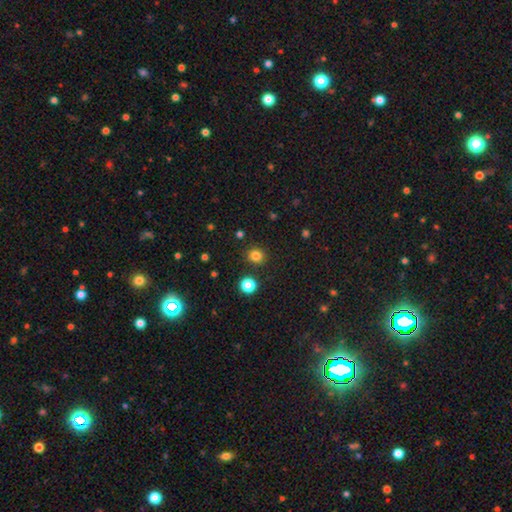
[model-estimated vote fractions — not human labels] A smooth galaxy with no disk features (81%) that is round (89%). Merging: none (89%).